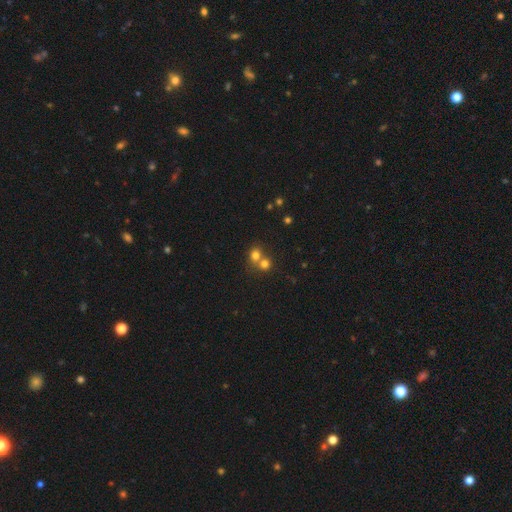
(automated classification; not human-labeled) A smooth galaxy with no disk features (74%) that is round (77%). Merging: merger (53%).